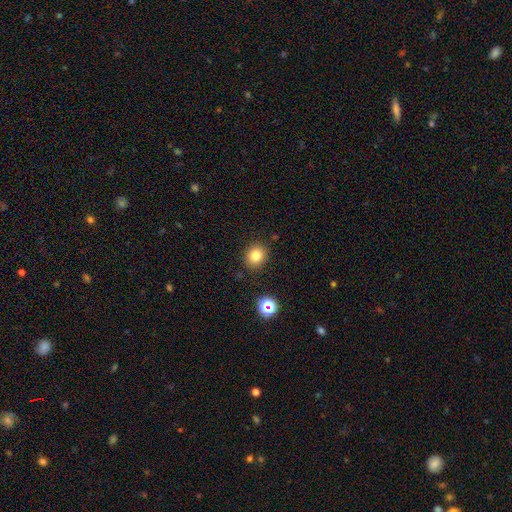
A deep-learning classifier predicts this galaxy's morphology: smooth 80%, star or artifact 13%, featured or disk 7%. Down the decision tree: how rounded — round (80%); merging — none (87%).